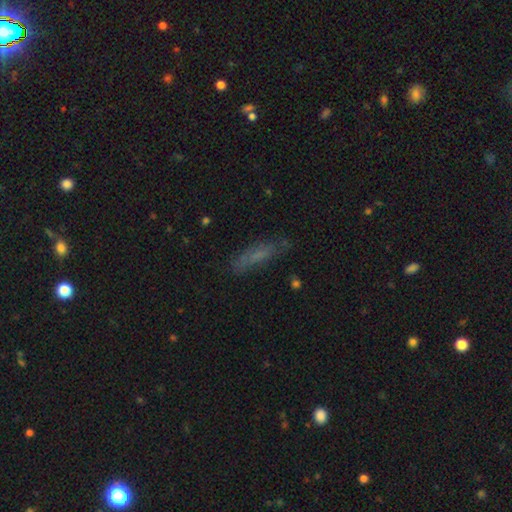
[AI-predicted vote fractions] Smooth or featured? Predicted: smooth (p=0.60). How rounded? Predicted: cigar-shaped (p=0.73). Merging? Predicted: none (p=0.70).